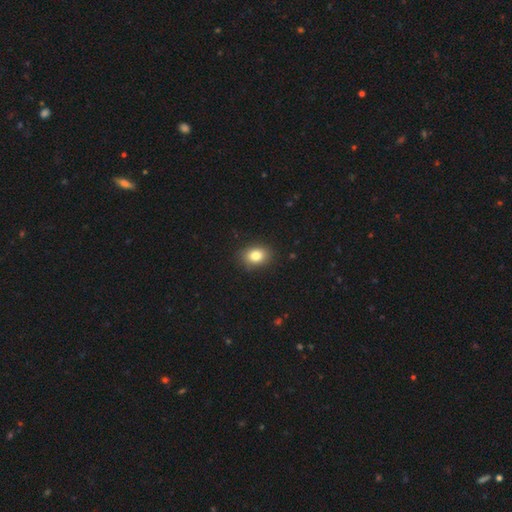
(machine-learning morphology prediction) smooth 82%, star or artifact 10%, featured or disk 8%. Down the decision tree: how rounded — in between (62%); merging — none (88%).